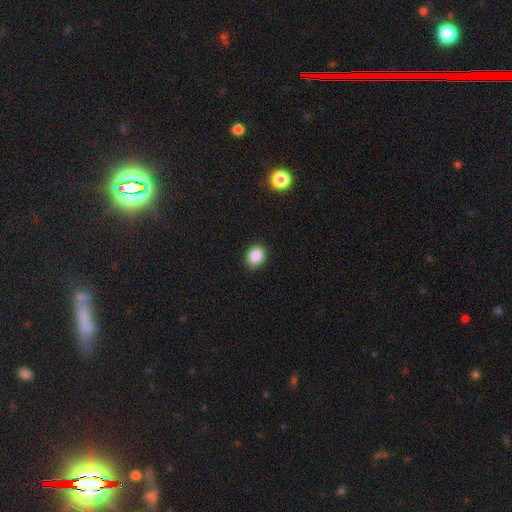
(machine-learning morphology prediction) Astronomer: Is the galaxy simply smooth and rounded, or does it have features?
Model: smooth — 87%.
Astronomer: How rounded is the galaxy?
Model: round — 52% (runner-up: in between, 47%).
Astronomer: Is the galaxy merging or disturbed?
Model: none — 88%.